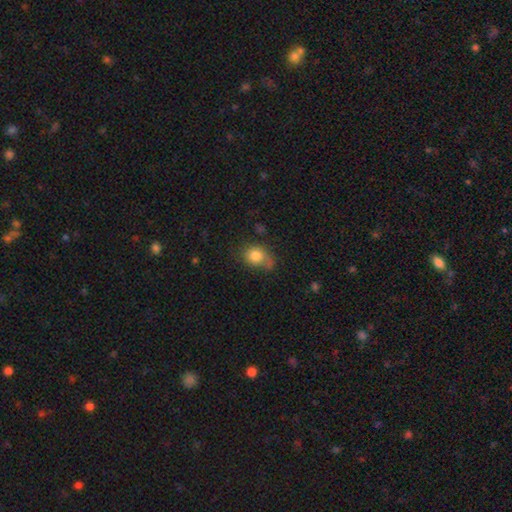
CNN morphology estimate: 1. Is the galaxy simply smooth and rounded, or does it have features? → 81% smooth, 10% featured or disk, 9% star or artifact.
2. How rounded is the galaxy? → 51% round, 47% in between, 1% cigar-shaped.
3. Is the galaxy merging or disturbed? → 50% none, 30% minor disturbance, 12% major disturbance, 7% merger.